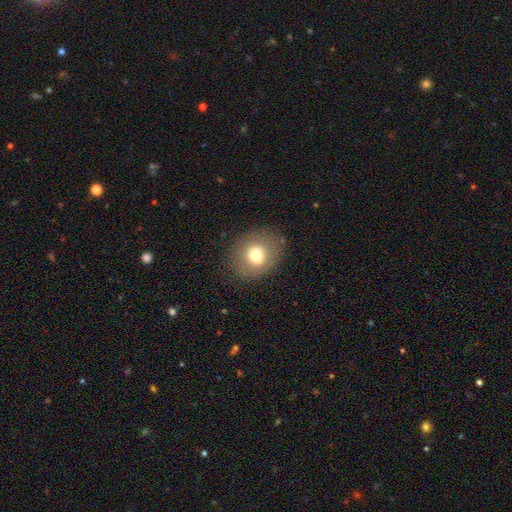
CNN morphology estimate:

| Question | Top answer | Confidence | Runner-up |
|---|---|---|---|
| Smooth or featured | smooth | 72% | featured or disk (18%) |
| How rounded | round | 68% | in between (31%) |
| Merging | none | 83% | minor disturbance (11%) |